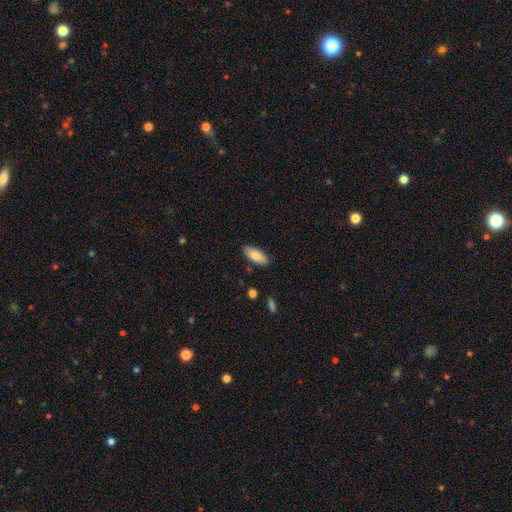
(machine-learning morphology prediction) A smooth galaxy with no disk features (85%) that is in between round and cigar-shaped (82%). Merging: none (86%).